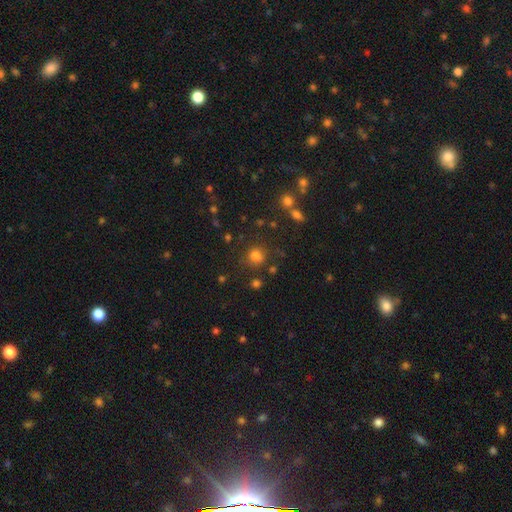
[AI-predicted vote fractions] Smooth or featured? smooth (77%)
How rounded? round (83%)
Merging? none (76%)